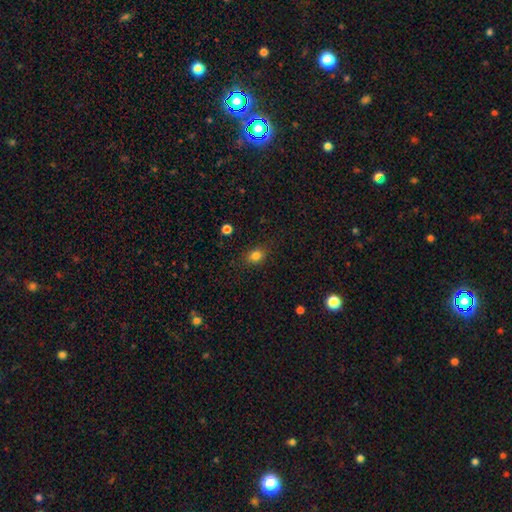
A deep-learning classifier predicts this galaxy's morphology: This appears to be a smooth galaxy with no disk features (82%) that is in between round and cigar-shaped (53%). Merging: none (83%).